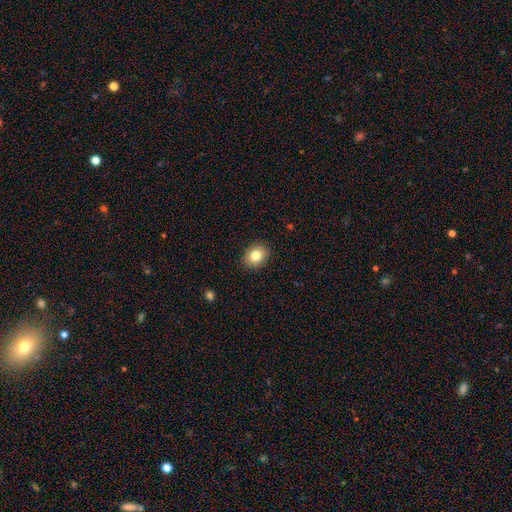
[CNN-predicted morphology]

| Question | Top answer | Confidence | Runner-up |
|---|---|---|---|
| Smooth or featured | smooth | 83% | star or artifact (9%) |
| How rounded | in between | 50% | round (49%) |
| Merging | none | 90% | minor disturbance (7%) |